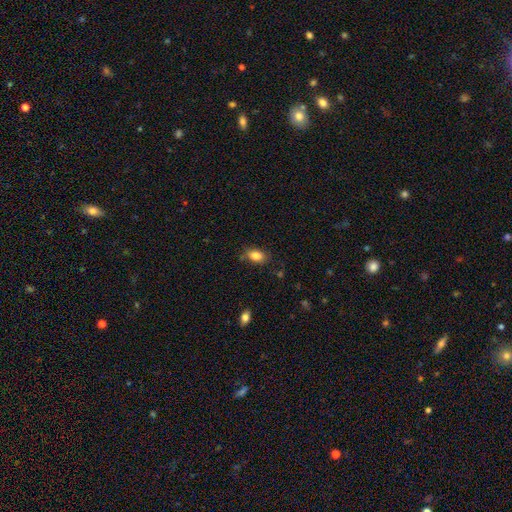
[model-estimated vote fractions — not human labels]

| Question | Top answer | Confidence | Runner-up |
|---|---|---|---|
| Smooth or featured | smooth | 84% | star or artifact (9%) |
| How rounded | in between | 86% | round (12%) |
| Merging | none | 78% | minor disturbance (16%) |